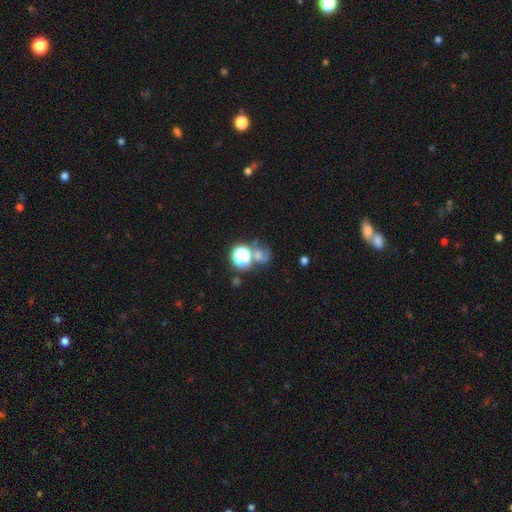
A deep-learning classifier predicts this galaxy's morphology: This appears to be a star or artifact, not a galaxy (46%).